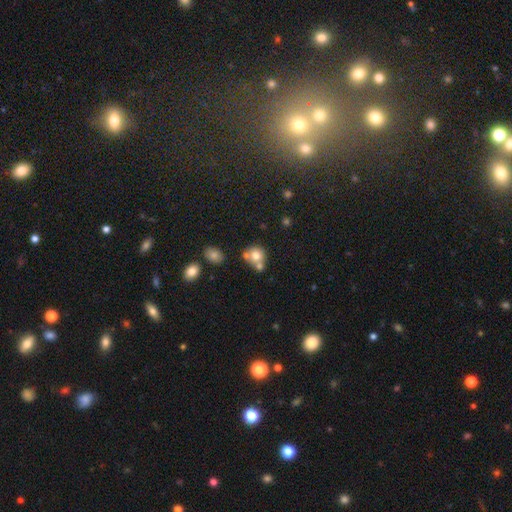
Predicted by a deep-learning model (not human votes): Morphology: type=smooth (71%); roundness=round (80%); merging=none (43%).